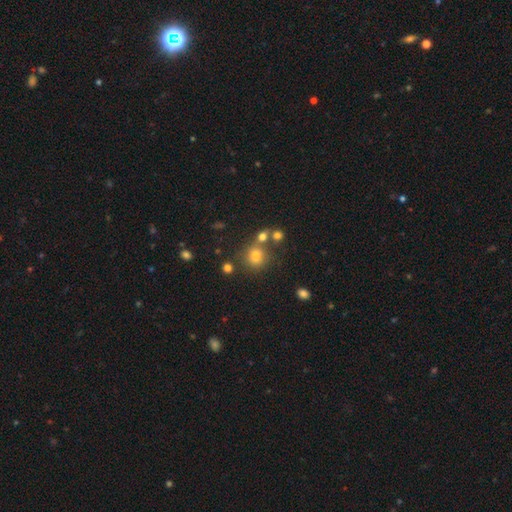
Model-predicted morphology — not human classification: Smooth or featured: smooth — 73% (star or artifact — 18%)
How rounded: round — 83% (in between — 16%)
Merging: none — 66% (merger — 18%)